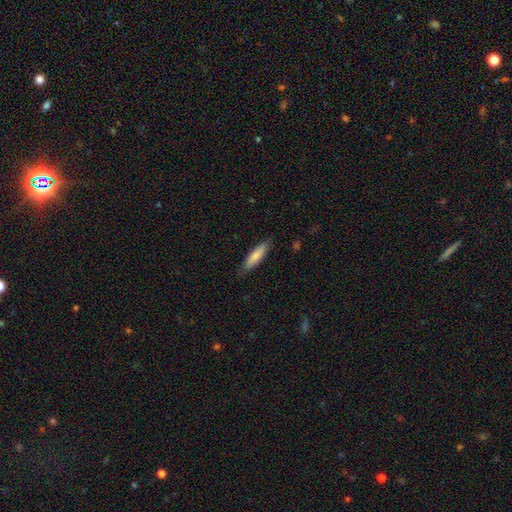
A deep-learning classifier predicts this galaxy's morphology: A smooth galaxy with no disk features (79%) that is cigar-shaped (65%).

Vote fractions:
- Smooth or featured? smooth: 79% / featured or disk: 16% / star or artifact: 6%
- How rounded? cigar-shaped: 65% / in between: 34% / round: 1%
- Merging? none: 82% / minor disturbance: 14% / major disturbance: 2% / merger: 1%